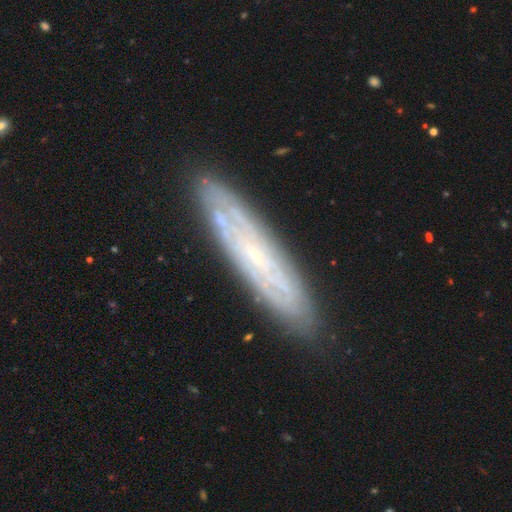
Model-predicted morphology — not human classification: A featured or disk galaxy (72%). Merging: none (85%).